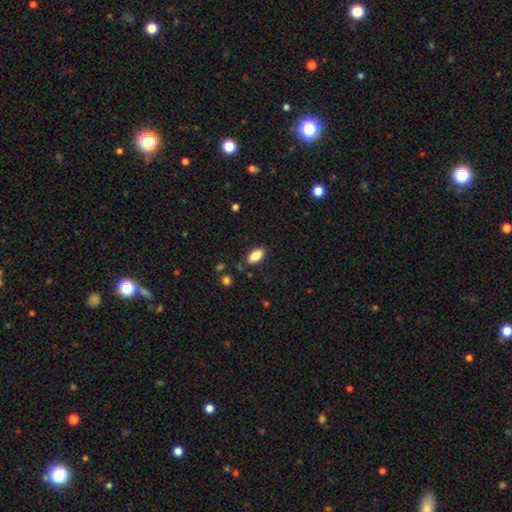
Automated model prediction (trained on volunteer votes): smooth-or-featured: smooth: 84% | star or artifact: 8% | featured or disk: 8%
  how-rounded: in between: 92% | round: 4% | cigar-shaped: 4%
  merging: none: 84% | minor disturbance: 12% | major disturbance: 3% | merger: 2%